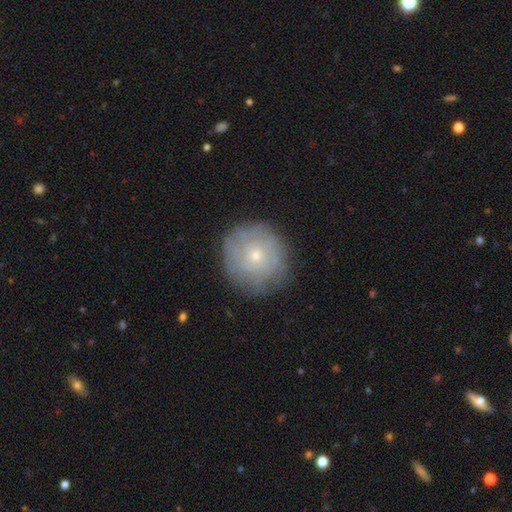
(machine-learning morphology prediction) This is possibly a featured or disk galaxy (56%). It is clearly not viewed edge-on (97%). Bar: clearly no (85%). Spiral arm pattern: likely yes (70%). Central bulge: likely small (71%). Merging: clearly none (81%).